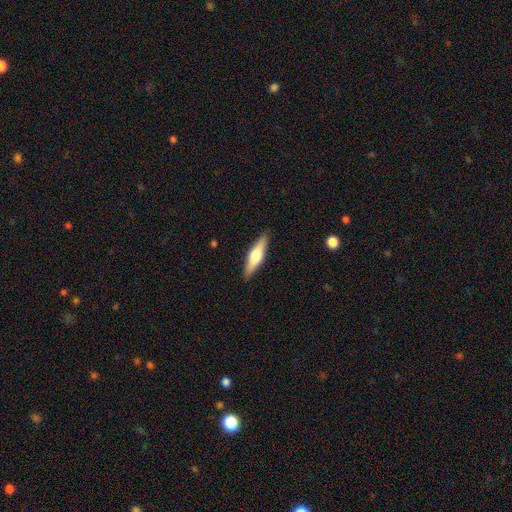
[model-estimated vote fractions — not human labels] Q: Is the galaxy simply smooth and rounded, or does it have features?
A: featured or disk — 48%.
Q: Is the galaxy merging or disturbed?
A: none — 89%.